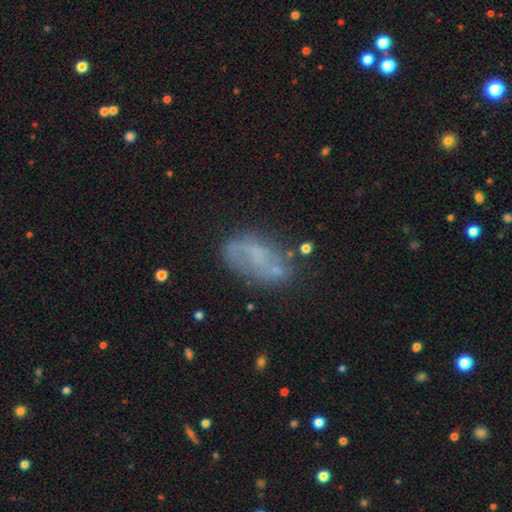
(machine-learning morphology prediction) Overall: smooth (46%; featured or disk 42%). Merging: none (53%; minor disturbance 24%).